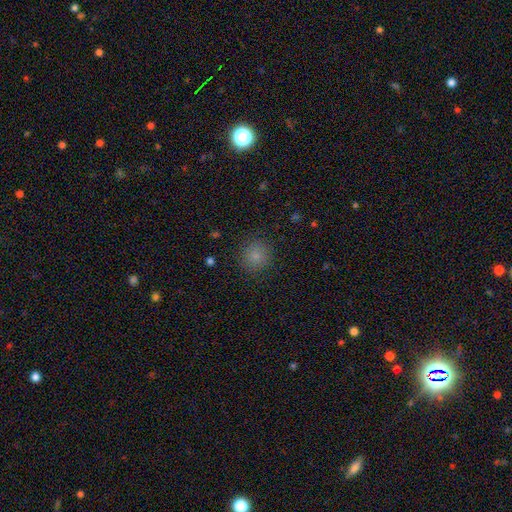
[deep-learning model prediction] Smooth or featured: smooth — 82% (star or artifact — 13%)
How rounded: round — 91% (in between — 8%)
Merging: none — 88% (minor disturbance — 8%)